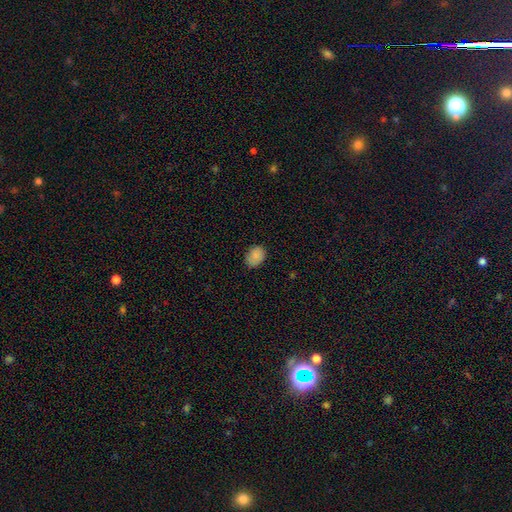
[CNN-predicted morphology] Smooth or featured? smooth (86%)
How rounded? in between (63%)
Merging? none (77%)